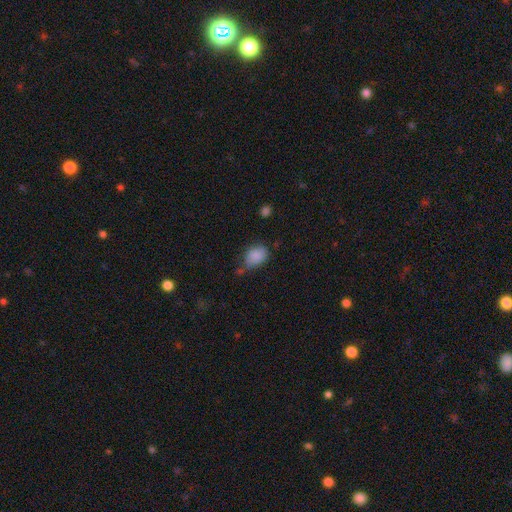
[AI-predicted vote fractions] A smooth galaxy with no disk features (84%) that is in between round and cigar-shaped (75%).

Vote fractions:
- Smooth or featured? smooth: 84% / star or artifact: 10% / featured or disk: 6%
- How rounded? in between: 75% / round: 24% / cigar-shaped: 1%
- Merging? none: 42% / minor disturbance: 36% / major disturbance: 13% / merger: 9%